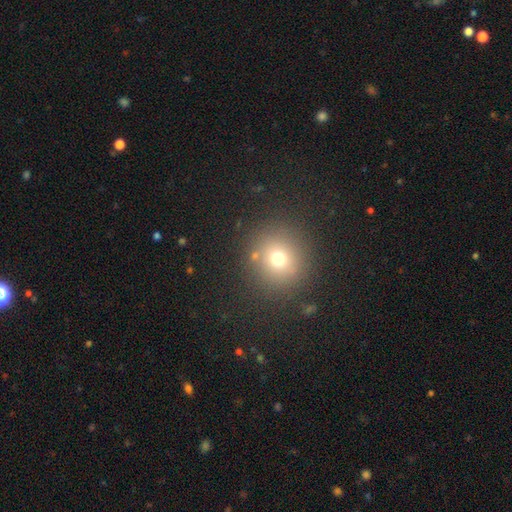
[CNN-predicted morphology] Smooth or featured? Predicted: smooth (p=0.68). How rounded? Predicted: round (p=0.92). Merging? Predicted: none (p=0.87).